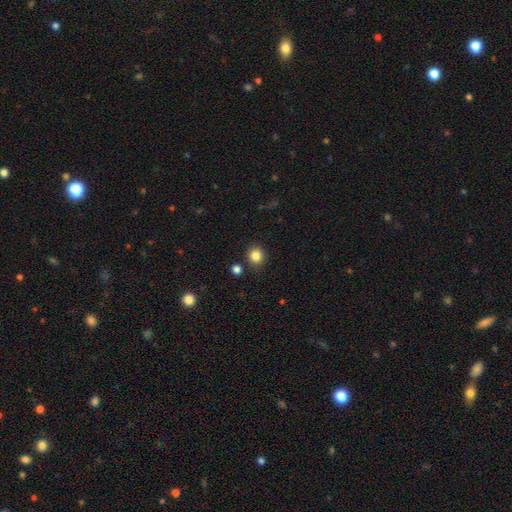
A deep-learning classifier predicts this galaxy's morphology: type=smooth (84%); roundness=round (84%); merging=none (86%).